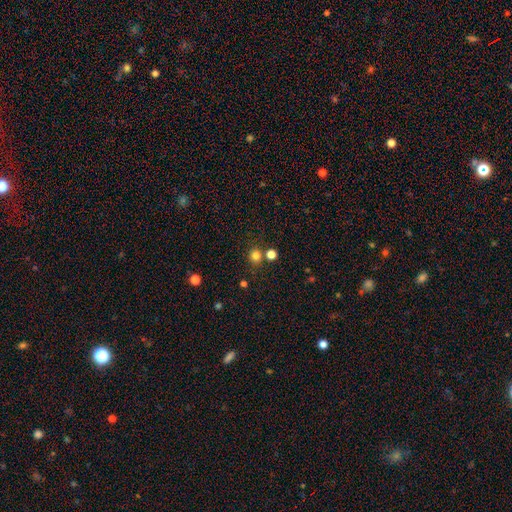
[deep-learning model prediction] Smooth or featured: smooth — 79% (star or artifact — 16%)
How rounded: round — 87% (in between — 12%)
Merging: none — 77% (merger — 12%)